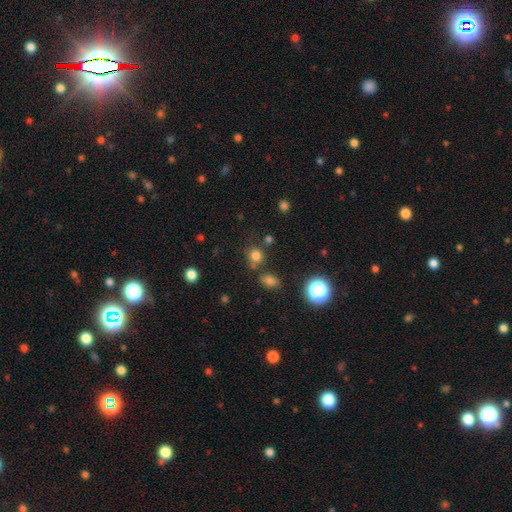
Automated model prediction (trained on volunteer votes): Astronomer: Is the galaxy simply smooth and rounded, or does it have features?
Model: smooth — 76%.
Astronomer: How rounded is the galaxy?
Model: round — 85%.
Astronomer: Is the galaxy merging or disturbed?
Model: none — 71%.